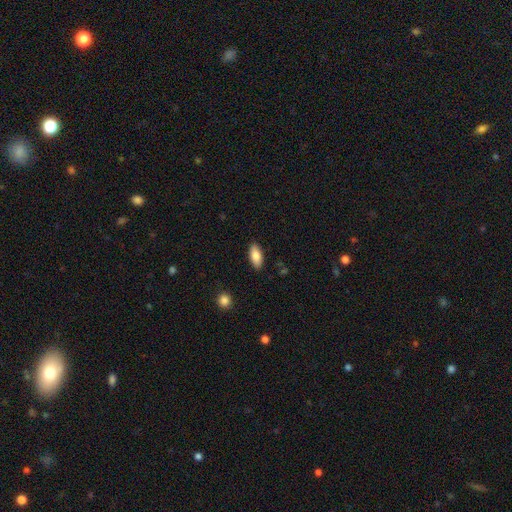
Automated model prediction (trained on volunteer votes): Overall: smooth (83%). How rounded: in between (86%). Merging: none (88%).